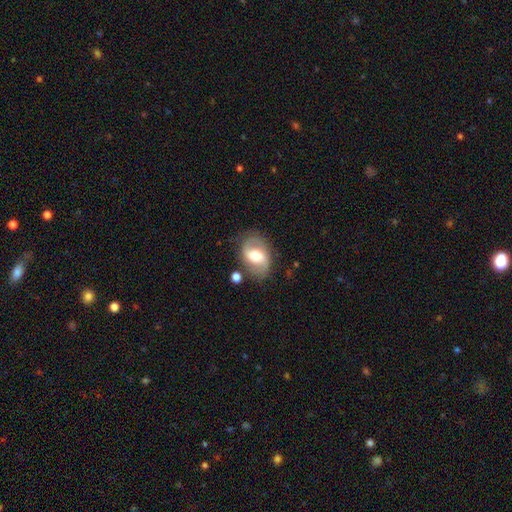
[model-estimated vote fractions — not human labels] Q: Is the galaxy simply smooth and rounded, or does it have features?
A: featured or disk — 69%.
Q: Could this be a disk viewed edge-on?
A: no — 96%.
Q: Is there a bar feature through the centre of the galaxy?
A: weak — 45%.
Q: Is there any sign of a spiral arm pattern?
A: yes — 84%.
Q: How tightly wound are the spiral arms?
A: medium — 45%.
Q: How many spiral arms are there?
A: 2 — 86%.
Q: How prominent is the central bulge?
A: moderate — 64%.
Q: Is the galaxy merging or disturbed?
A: none — 73%.